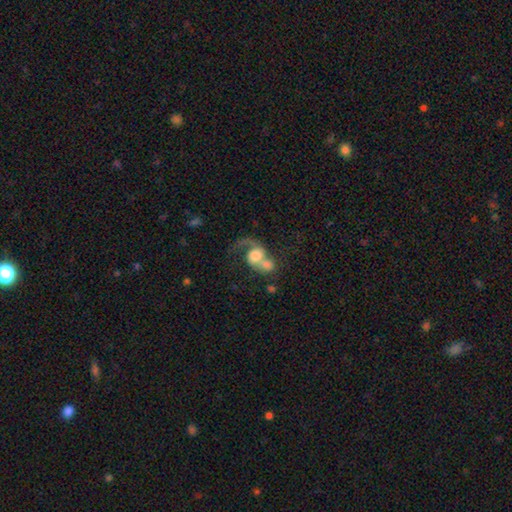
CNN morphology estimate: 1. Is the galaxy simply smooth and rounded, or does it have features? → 52% featured or disk, 40% smooth, 8% star or artifact.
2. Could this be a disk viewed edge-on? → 97% no, 3% yes.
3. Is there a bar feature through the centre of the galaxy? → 75% no, 21% weak, 4% strong.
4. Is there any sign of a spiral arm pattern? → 76% yes, 24% no.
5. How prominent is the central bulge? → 38% large, 32% moderate, 11% small, 10% dominant, 8% none.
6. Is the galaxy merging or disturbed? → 61% merger, 18% major disturbance, 14% none, 7% minor disturbance.